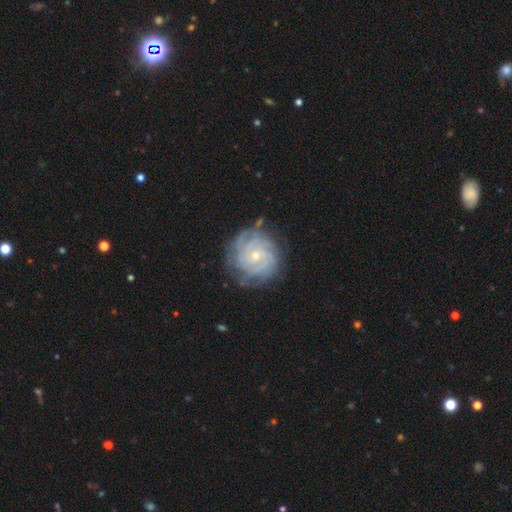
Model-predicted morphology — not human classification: This is clearly a featured or disk galaxy (86%). It is clearly not viewed edge-on (98%). Bar: likely no (68%). Spiral arm pattern: clearly yes (97%). Spiral arm count: marginally can't tell (30%). Spiral winding: likely tight (79%). Central bulge: likely small (67%). Merging: likely none (78%).